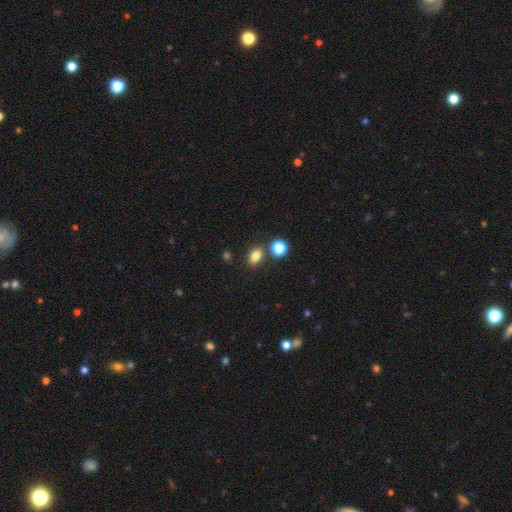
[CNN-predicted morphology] The model was most divided on "how rounded": in between: 70%, round: 28%, cigar-shaped: 1%. More confident: smooth or featured — smooth (81%); merging — none (76%).